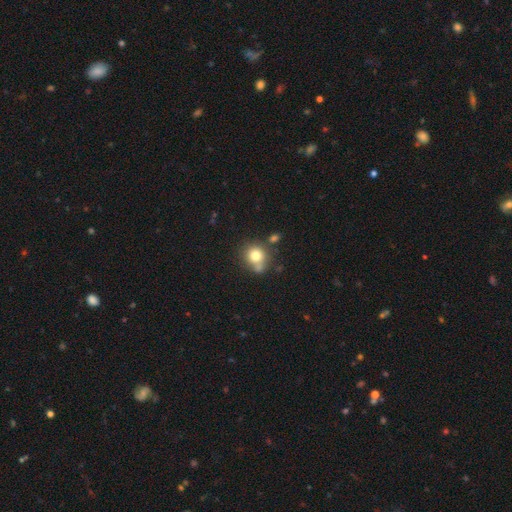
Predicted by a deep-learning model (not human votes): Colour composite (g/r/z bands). It shows a smooth galaxy with no disk features (76%) that is round (81%). Merging: none (58%).